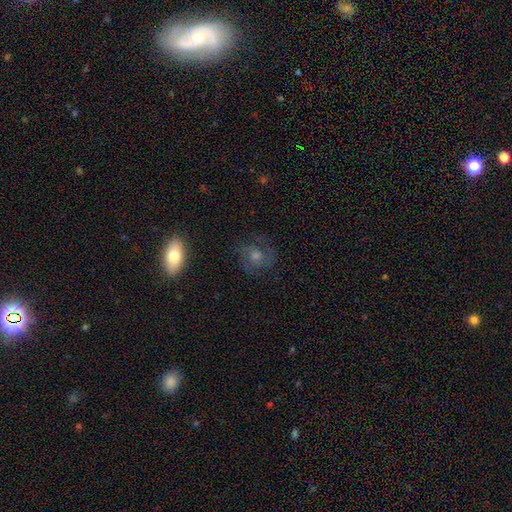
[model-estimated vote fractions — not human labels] Morphology: type=featured or disk (66%); edge-on=no (96%); bar=no (69%); spiral arms=yes (89%); winding=tight (44%, tied with medium); arm count=2 (68%); bulge=moderate (57%); merging=none (79%).